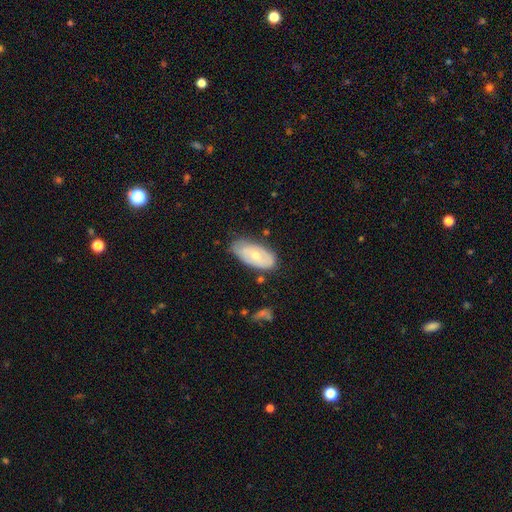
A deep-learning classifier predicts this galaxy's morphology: type=smooth (51%); roundness=in between (92%); merging=none (63%).